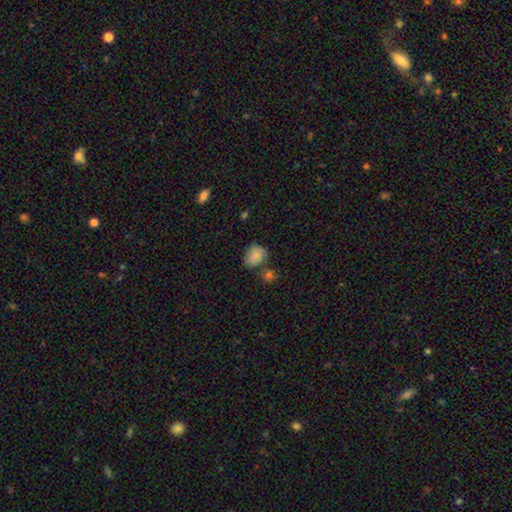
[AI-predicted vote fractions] The model was most divided on "how rounded": round: 52%, in between: 47%, cigar-shaped: 1%. More confident: smooth or featured — smooth (78%); merging — none (51%).